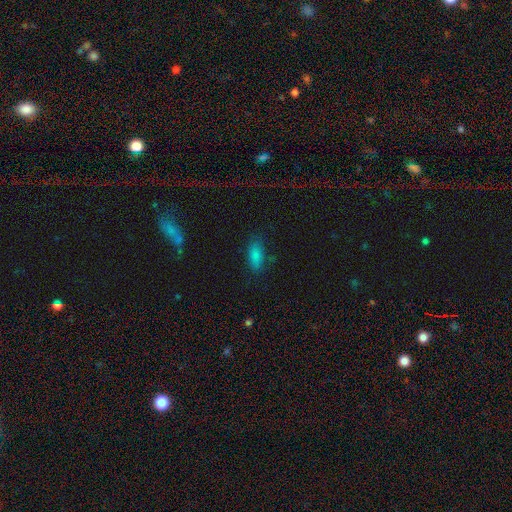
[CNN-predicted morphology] Smooth or featured? smooth (82%)
How rounded? in between (84%)
Merging? none (76%)